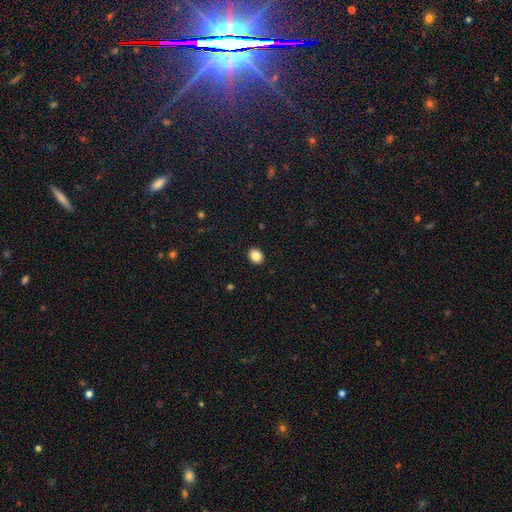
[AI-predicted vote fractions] Overall: smooth (86%). How rounded: round (65%; in between 34%). Merging: none (92%).